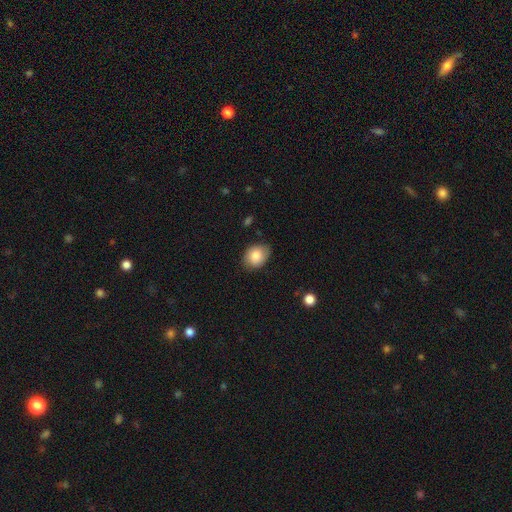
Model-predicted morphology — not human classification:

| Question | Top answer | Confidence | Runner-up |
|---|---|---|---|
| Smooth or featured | smooth | 82% | featured or disk (10%) |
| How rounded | in between | 62% | round (37%) |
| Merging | none | 76% | minor disturbance (19%) |